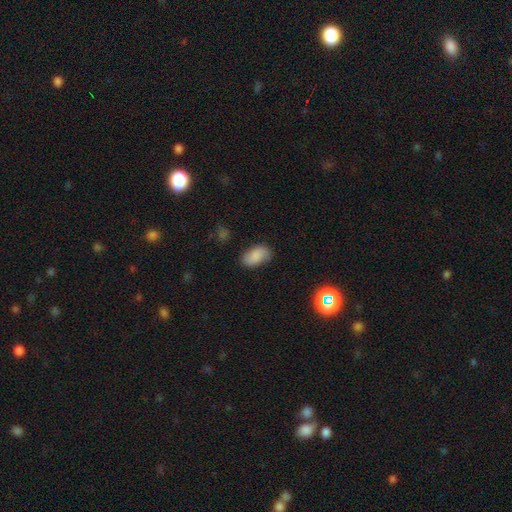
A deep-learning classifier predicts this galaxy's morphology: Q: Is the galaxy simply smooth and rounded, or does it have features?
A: smooth — 82%.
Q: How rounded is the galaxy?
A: in between — 92%.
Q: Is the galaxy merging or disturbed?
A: none — 78%.